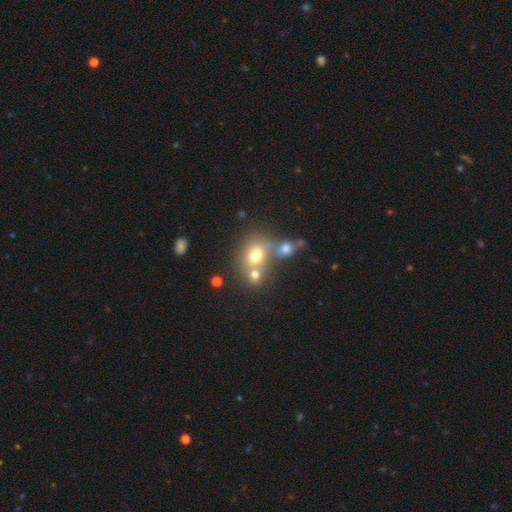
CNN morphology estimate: This is likely a smooth galaxy (70%). How rounded: possibly round (56%). Merging: possibly merger (49%).